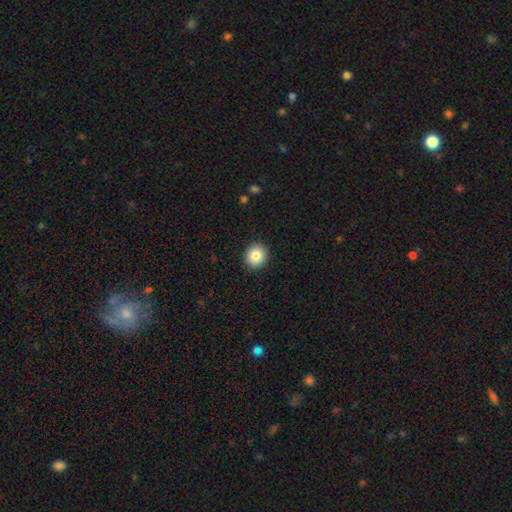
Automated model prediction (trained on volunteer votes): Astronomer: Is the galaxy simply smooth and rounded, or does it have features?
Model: smooth — 84%.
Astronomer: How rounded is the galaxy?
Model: round — 88%.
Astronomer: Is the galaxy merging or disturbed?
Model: none — 91%.